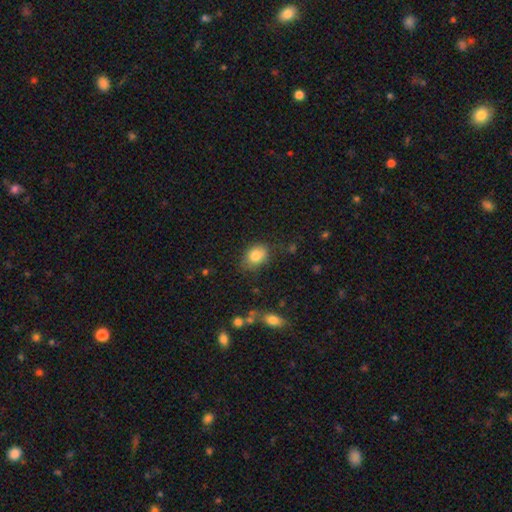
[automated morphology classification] smooth 83%, star or artifact 9%, featured or disk 9%. Down the decision tree: how rounded — in between (73%); merging — none (74%).